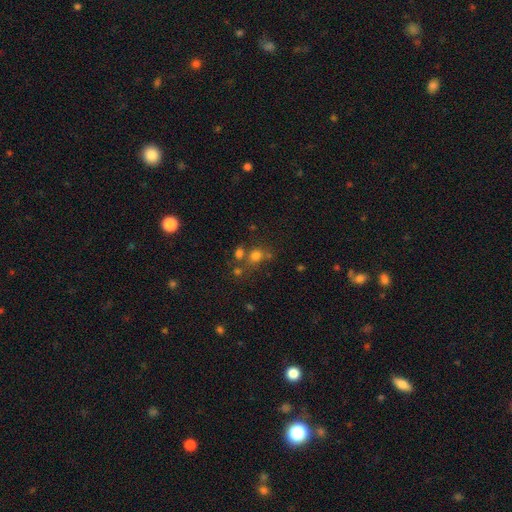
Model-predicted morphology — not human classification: Smooth or featured: smooth — 71% (star or artifact — 19%)
How rounded: round — 70% (in between — 28%)
Merging: none — 53% (merger — 28%)